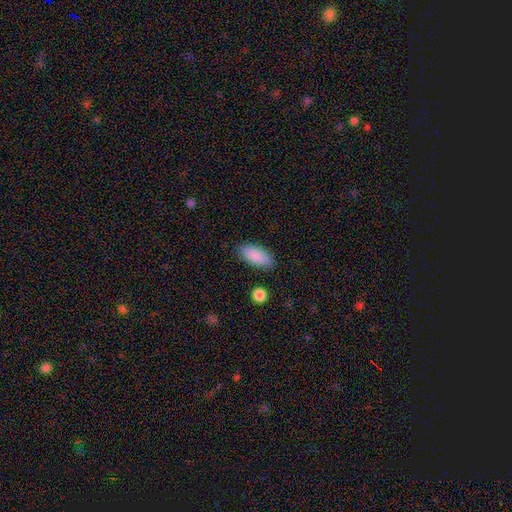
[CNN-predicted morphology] This is clearly a smooth galaxy (89%). How rounded: clearly in between (88%). Merging: clearly none (85%).